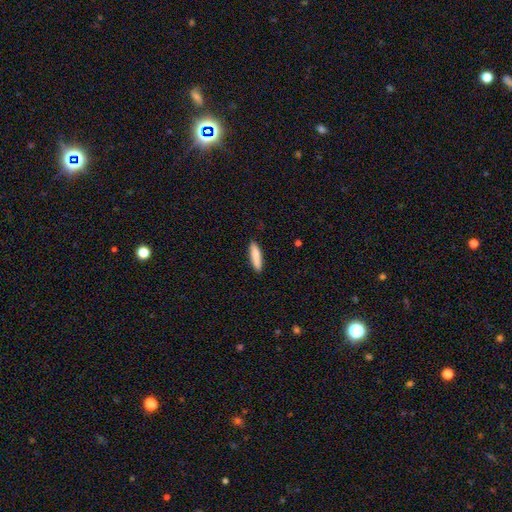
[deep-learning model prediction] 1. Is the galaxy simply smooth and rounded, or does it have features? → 85% smooth, 10% featured or disk, 6% star or artifact.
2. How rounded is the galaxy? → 76% cigar-shaped, 22% in between, 1% round.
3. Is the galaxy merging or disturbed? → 89% none, 8% minor disturbance, 2% major disturbance, 1% merger.